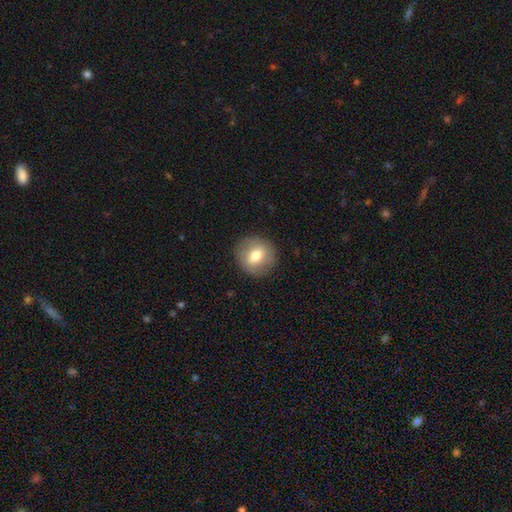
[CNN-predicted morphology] Smooth or featured?
  - smooth: 60% *
  - featured or disk: 32%
  - star or artifact: 8%
How rounded?
  - round: 86% *
  - in between: 13%
  - cigar-shaped: 1%
Merging?
  - none: 88% *
  - minor disturbance: 8%
  - major disturbance: 3%
  - merger: 1%